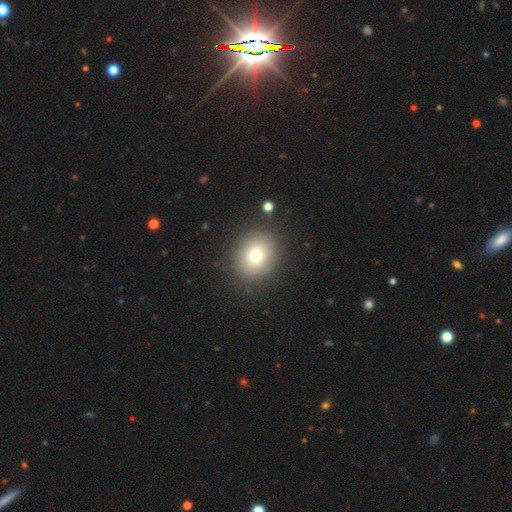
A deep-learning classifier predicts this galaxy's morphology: A smooth galaxy with no disk features (74%) that is round (72%).

Vote fractions:
- Smooth or featured? smooth: 74% / star or artifact: 13% / featured or disk: 12%
- How rounded? round: 72% / in between: 27% / cigar-shaped: 1%
- Merging? none: 88% / minor disturbance: 7% / major disturbance: 3% / merger: 2%